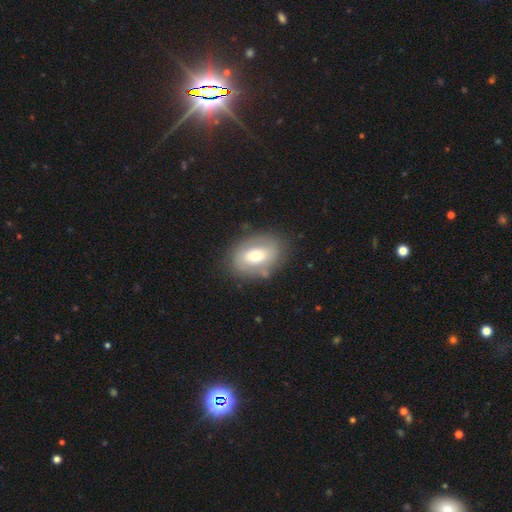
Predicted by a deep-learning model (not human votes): Q: Smooth or featured?
A: smooth (57%); runner-up: featured or disk (35%)
Q: How rounded?
A: in between (77%); runner-up: round (21%)
Q: Merging?
A: none (78%); runner-up: minor disturbance (14%)